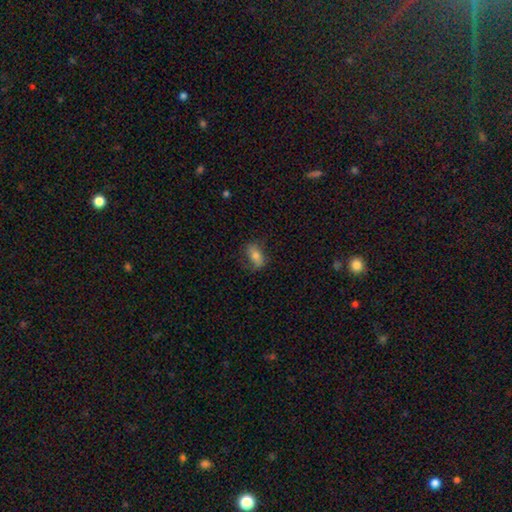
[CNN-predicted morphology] smooth 67%, featured or disk 25%, star or artifact 9%. Down the decision tree: how rounded — in between (83%); merging — none (72%).